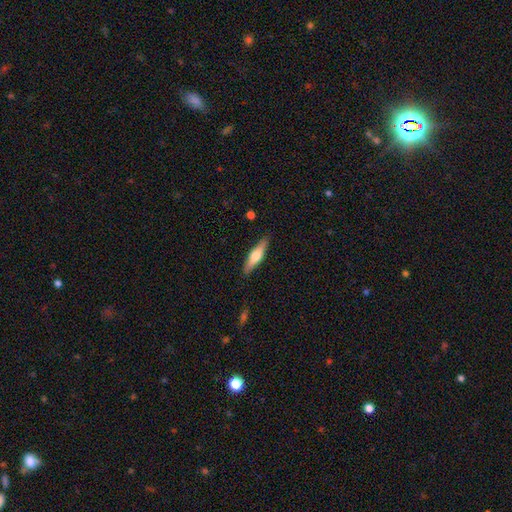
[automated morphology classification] This is possibly a smooth galaxy (52%). How rounded: likely cigar-shaped (70%). Merging: clearly none (87%).